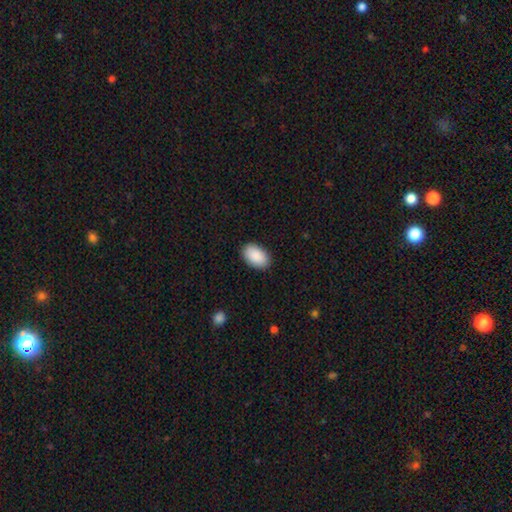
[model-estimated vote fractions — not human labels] Smooth or featured? Predicted: smooth (p=0.91). How rounded? Predicted: in between (p=0.94). Merging? Predicted: none (p=0.89).